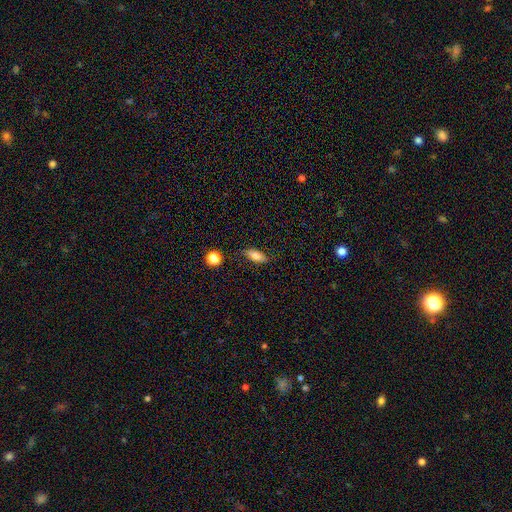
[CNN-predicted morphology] This is likely a smooth galaxy (79%). How rounded: clearly in between (83%). Merging: clearly none (81%).